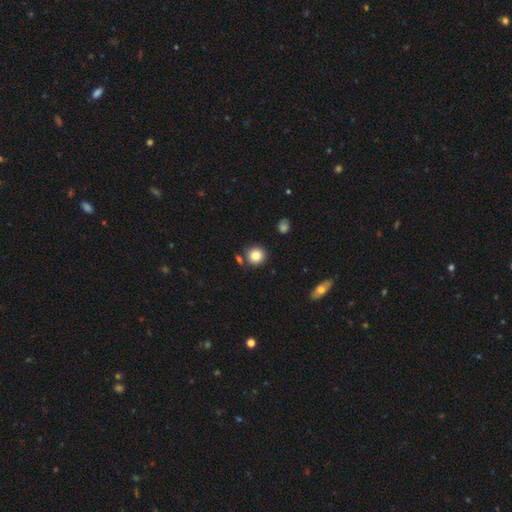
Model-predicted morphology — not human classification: This is clearly a smooth galaxy (84%). How rounded: clearly round (91%). Merging: clearly none (80%).